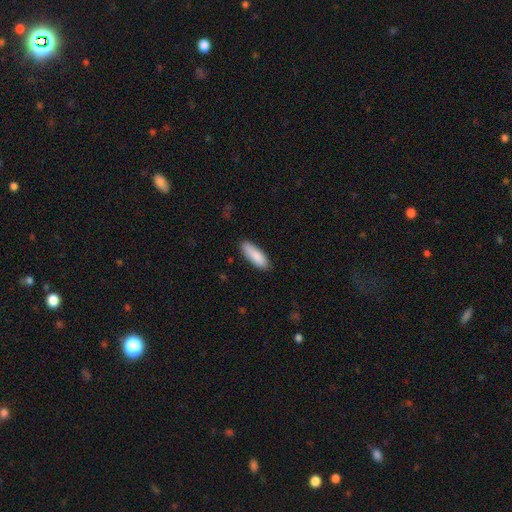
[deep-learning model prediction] This appears to be a smooth galaxy with no disk features (87%) that is in between round and cigar-shaped (56%). Merging: none (84%).